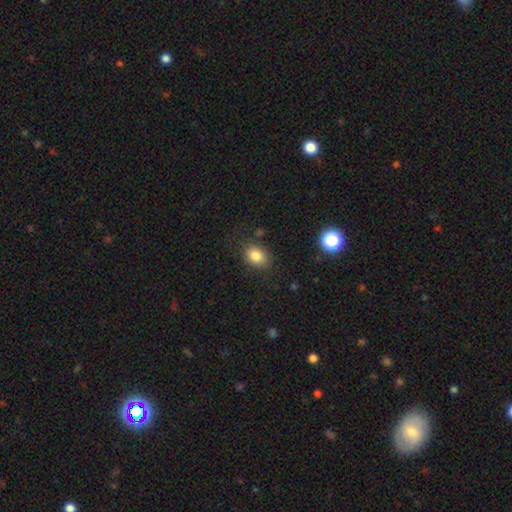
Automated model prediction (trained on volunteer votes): This is clearly a smooth galaxy (84%). How rounded: likely in between (75%). Merging: likely none (78%).